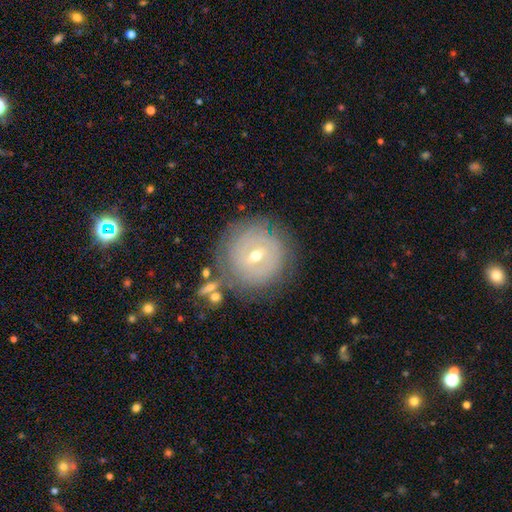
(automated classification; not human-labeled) smooth_or_featured: featured or disk (p=0.64) [alt: smooth p=0.27]
disk_edge_on: no (p=0.96) [alt: yes p=0.04]
bar: weak (p=0.50) [alt: no p=0.34]
has_spiral_arms: yes (p=0.68) [alt: no p=0.32]
bulge_size: small (p=0.49) [alt: moderate p=0.48]
merging: none (p=0.78) [alt: minor disturbance p=0.13]